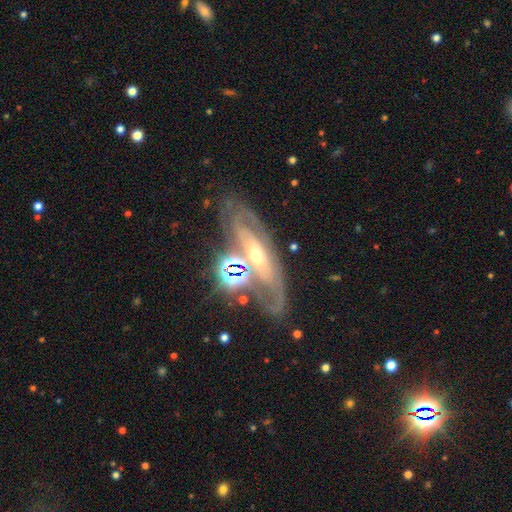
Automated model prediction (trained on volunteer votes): Smooth or featured? featured or disk (77%)
Edge-on disk? no (82%)
Bar? no (55%)
Spiral arms? yes (82%)
Spiral winding? tight (59%)
Spiral arm count? 2 (44%)
Bulge size? small (51%)
Merging? none (68%)